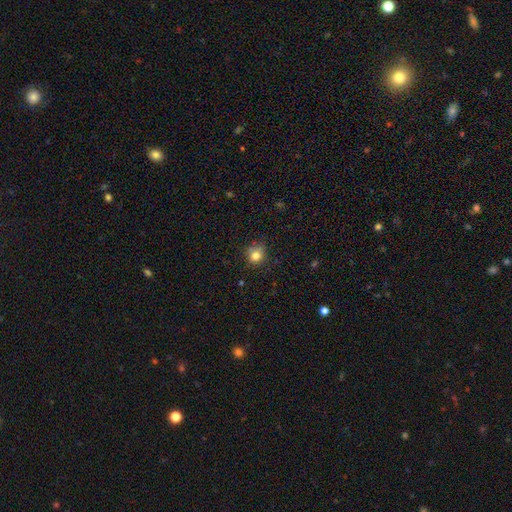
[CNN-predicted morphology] This is likely a smooth galaxy (80%). How rounded: clearly round (80%). Merging: likely none (72%).